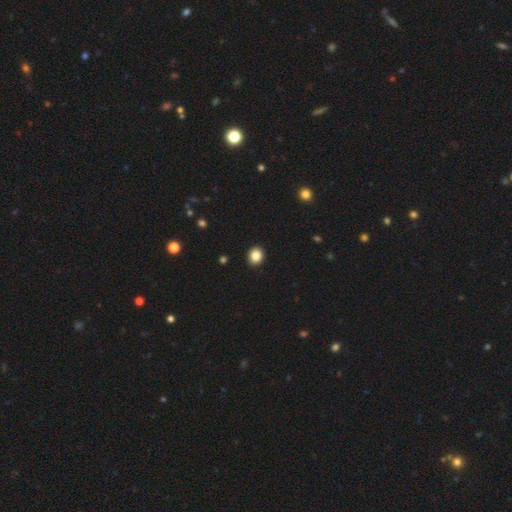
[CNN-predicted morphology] smooth-or-featured: smooth: 86% | star or artifact: 9% | featured or disk: 5%
  how-rounded: round: 60% | in between: 39% | cigar-shaped: 1%
  merging: none: 92% | minor disturbance: 5% | major disturbance: 2% | merger: 1%